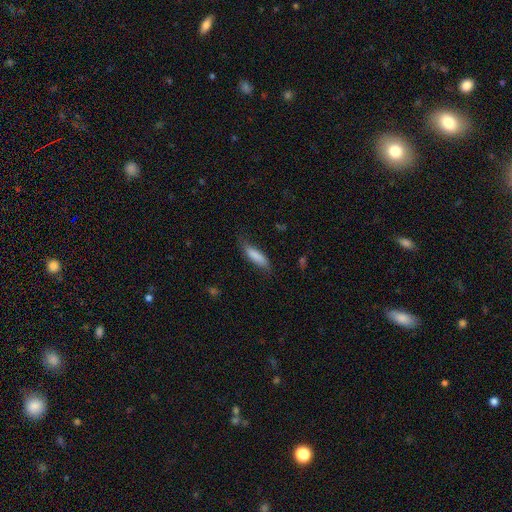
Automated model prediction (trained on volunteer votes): Q: Smooth or featured?
A: smooth (80%); runner-up: featured or disk (14%)
Q: How rounded?
A: cigar-shaped (59%); runner-up: in between (39%)
Q: Merging?
A: none (65%); runner-up: minor disturbance (26%)